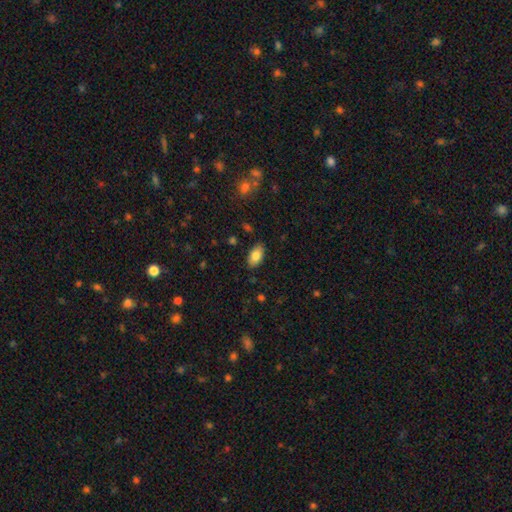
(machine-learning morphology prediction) Smooth or featured? smooth (82%)
How rounded? in between (93%)
Merging? none (85%)